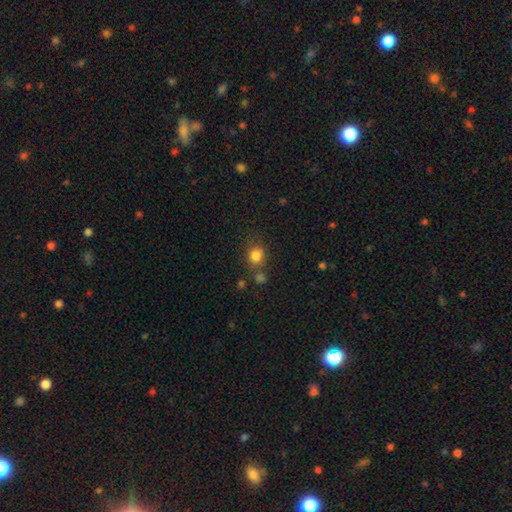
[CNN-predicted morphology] smooth_or_featured: smooth (p=0.82) [alt: star or artifact p=0.12]
how_rounded: round (p=0.75) [alt: in between p=0.24]
merging: none (p=0.66) [alt: minor disturbance p=0.15]